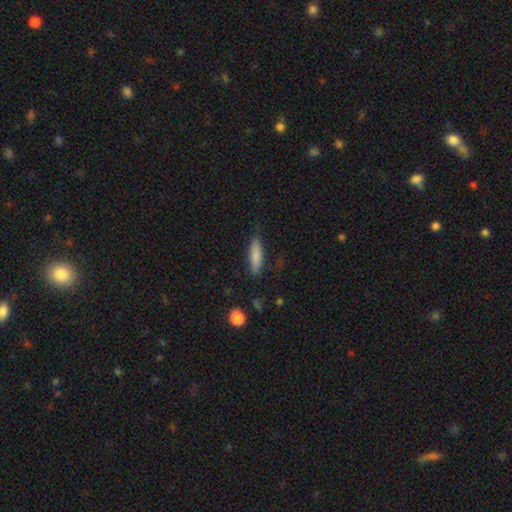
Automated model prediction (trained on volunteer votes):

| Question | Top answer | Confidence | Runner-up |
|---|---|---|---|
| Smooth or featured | smooth | 81% | featured or disk (13%) |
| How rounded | cigar-shaped | 70% | in between (28%) |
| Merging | none | 80% | minor disturbance (15%) |